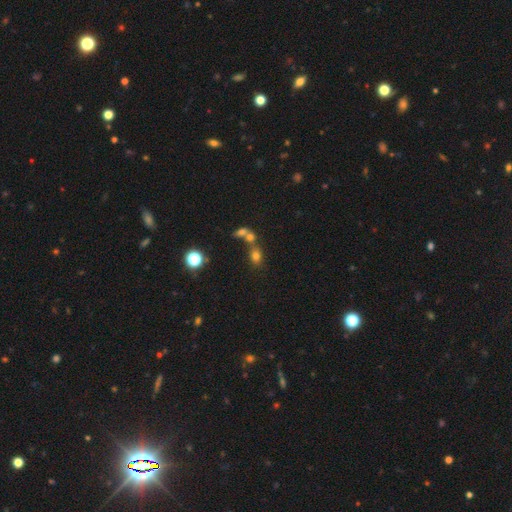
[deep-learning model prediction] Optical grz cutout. It shows a smooth galaxy with no disk features (70%) that is round (56%). Merging: merger (43%, tied with none).